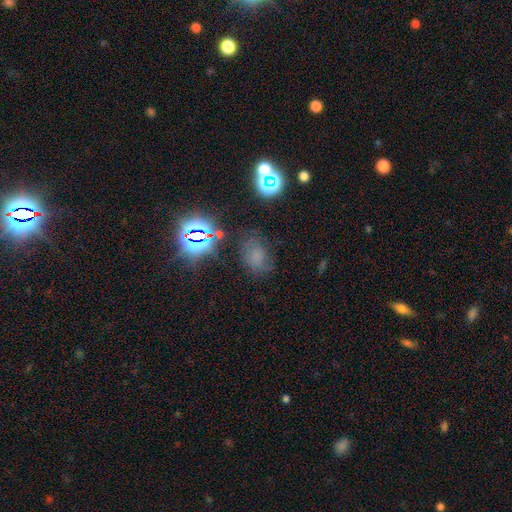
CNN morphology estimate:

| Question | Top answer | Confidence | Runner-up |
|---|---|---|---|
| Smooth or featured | smooth | 53% | star or artifact (33%) |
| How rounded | in between | 65% | round (33%) |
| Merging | none | 64% | minor disturbance (22%) |